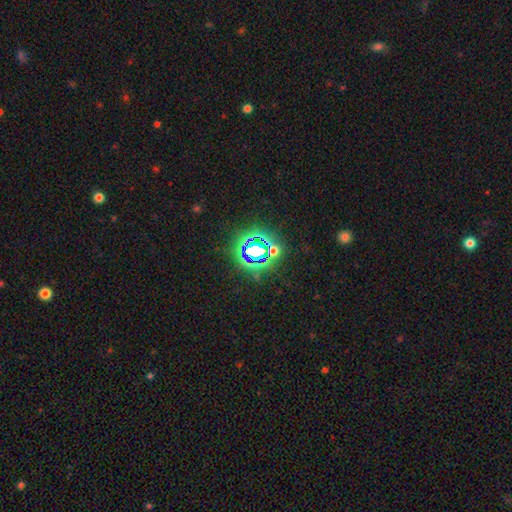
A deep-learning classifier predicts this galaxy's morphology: Smooth or featured: star or artifact — 74% (smooth — 16%)